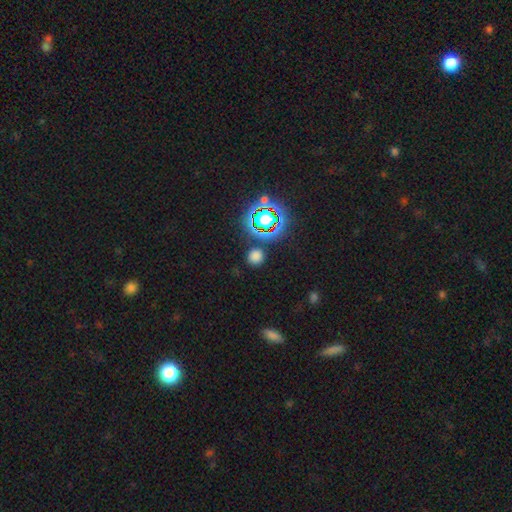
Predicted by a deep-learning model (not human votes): smooth 67%, star or artifact 28%, featured or disk 6%. Down the decision tree: how rounded — round (92%); merging — none (86%).